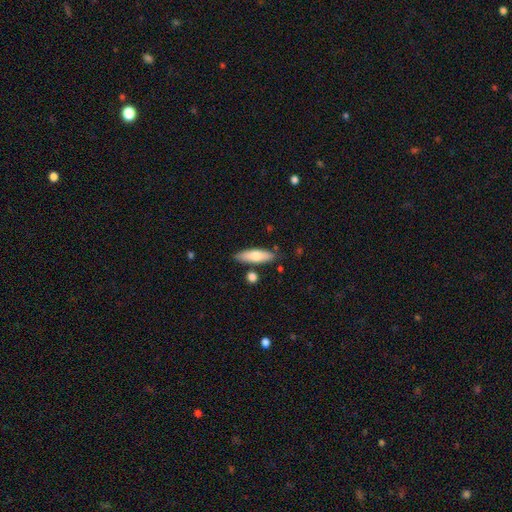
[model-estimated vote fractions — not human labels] Q: Smooth or featured?
A: smooth (70%); runner-up: featured or disk (24%)
Q: How rounded?
A: cigar-shaped (53%); runner-up: in between (45%)
Q: Merging?
A: none (81%); runner-up: minor disturbance (12%)